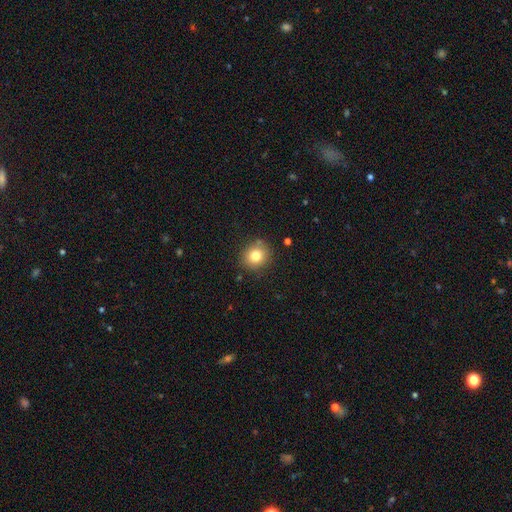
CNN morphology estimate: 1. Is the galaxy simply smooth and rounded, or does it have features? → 79% smooth, 12% star or artifact, 9% featured or disk.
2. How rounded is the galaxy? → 83% round, 17% in between, 1% cigar-shaped.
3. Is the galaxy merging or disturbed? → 85% none, 9% minor disturbance, 3% major disturbance, 3% merger.